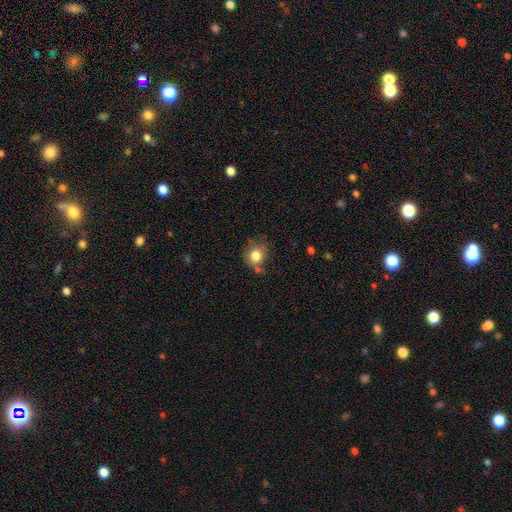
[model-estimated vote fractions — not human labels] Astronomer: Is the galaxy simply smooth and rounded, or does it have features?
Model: smooth — 81%.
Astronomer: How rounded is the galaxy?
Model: round — 69%.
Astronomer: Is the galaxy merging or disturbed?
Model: none — 58%.